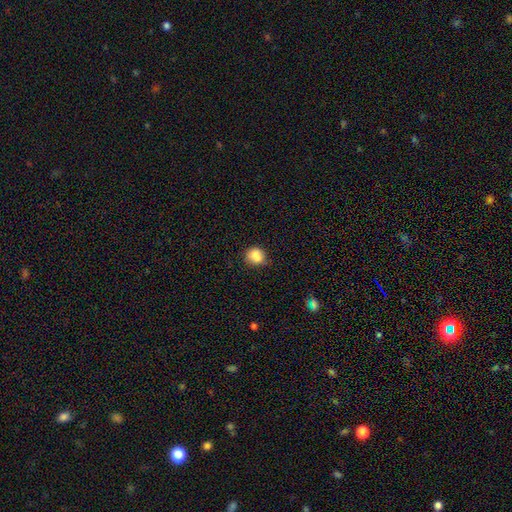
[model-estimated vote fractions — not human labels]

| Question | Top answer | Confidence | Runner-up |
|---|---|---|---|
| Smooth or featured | smooth | 83% | star or artifact (10%) |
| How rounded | round | 76% | in between (23%) |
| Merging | none | 61% | minor disturbance (22%) |